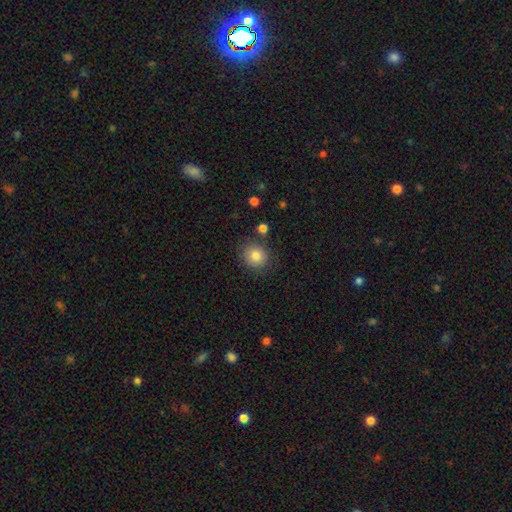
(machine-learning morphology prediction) smooth 82%, star or artifact 10%, featured or disk 7%. Down the decision tree: how rounded — round (85%); merging — none (82%).